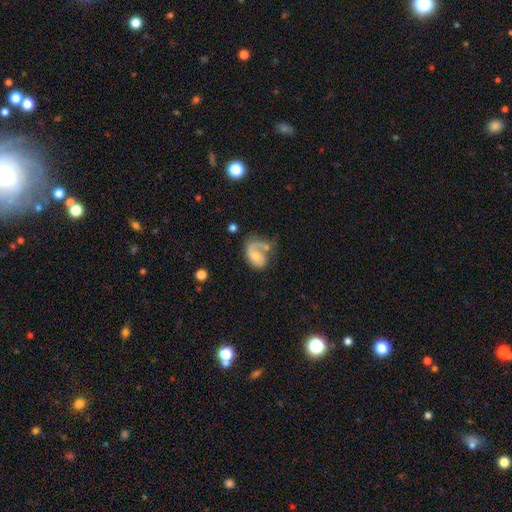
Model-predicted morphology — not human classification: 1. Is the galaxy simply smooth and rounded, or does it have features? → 65% featured or disk, 28% smooth, 7% star or artifact.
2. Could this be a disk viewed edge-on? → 97% no, 3% yes.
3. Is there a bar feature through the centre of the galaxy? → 68% no, 27% weak, 5% strong.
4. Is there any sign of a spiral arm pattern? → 84% yes, 16% no.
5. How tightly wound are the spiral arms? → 43% loose, 35% medium, 22% tight.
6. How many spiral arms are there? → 77% 1, 14% 2, 6% can't tell, 1% 3, 1% 4, 1% more than 4.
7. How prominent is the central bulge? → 47% moderate, 40% small, 6% none, 5% large, 2% dominant.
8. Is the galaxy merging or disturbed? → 36% none, 31% major disturbance, 19% minor disturbance, 14% merger.